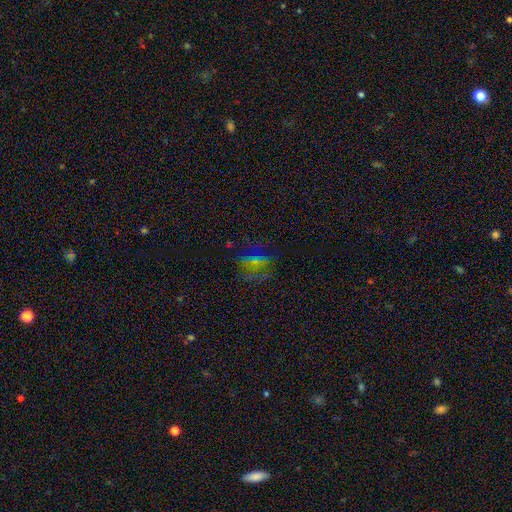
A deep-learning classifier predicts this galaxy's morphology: Smooth or featured? featured or disk (36%)
Merging? none (56%)